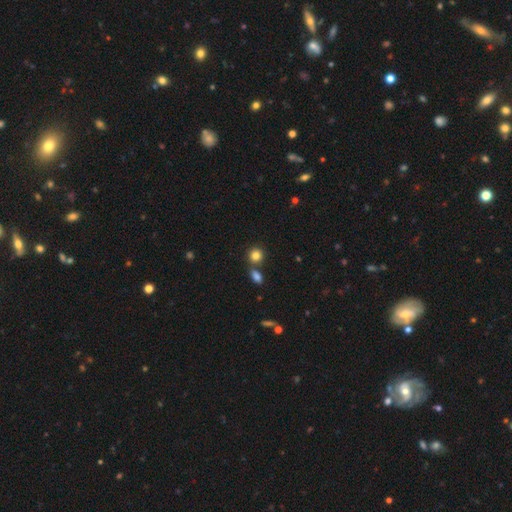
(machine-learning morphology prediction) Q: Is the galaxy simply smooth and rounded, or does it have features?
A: smooth — 82%.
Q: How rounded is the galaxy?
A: round — 84%.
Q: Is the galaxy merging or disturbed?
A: none — 67%.